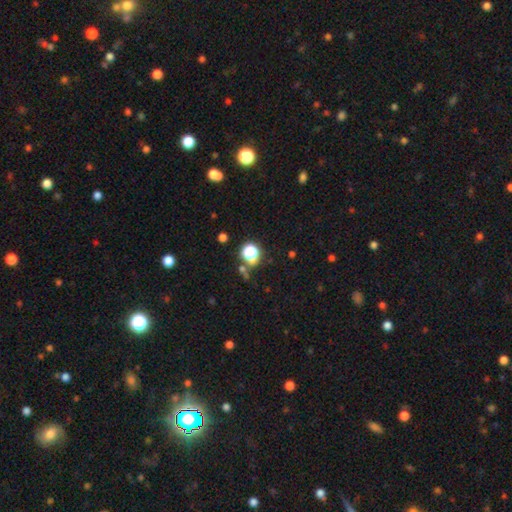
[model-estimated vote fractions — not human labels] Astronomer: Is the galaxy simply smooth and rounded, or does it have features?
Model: star or artifact — 50% (runner-up: smooth, 41%).